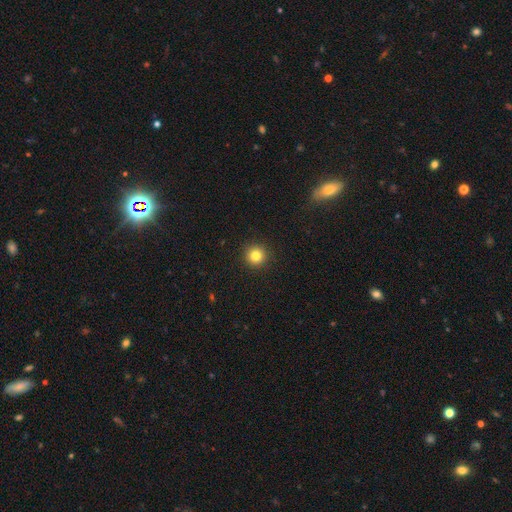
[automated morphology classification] This is clearly a smooth galaxy (83%). How rounded: clearly round (95%). Merging: clearly none (93%).